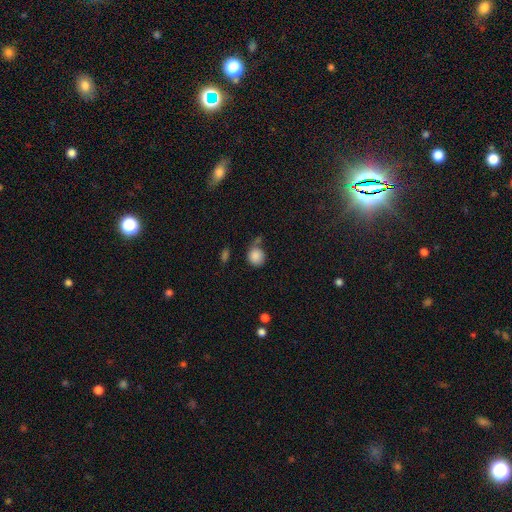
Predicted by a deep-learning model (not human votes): Smooth or featured? Predicted: smooth (p=0.86). How rounded? Predicted: round (p=0.79). Merging? Predicted: none (p=0.54).